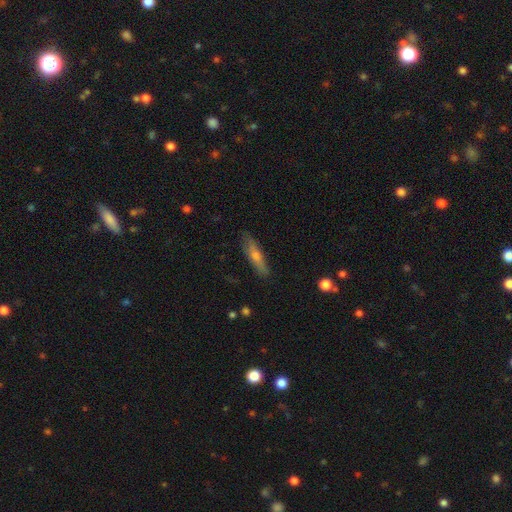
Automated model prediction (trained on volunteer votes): Morphology: type=smooth (47%); merging=none (86%).